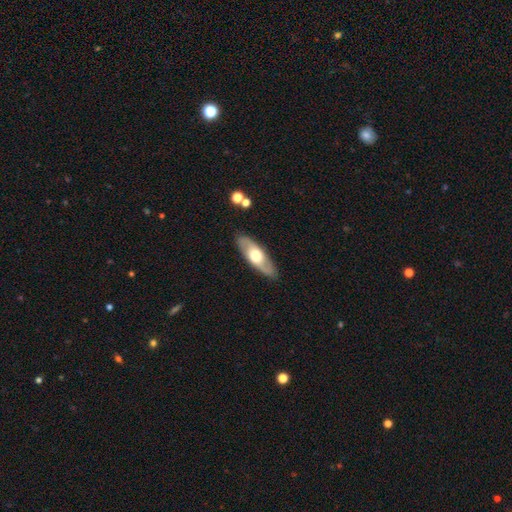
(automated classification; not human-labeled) A featured or disk galaxy (54%). Merging: none (87%).